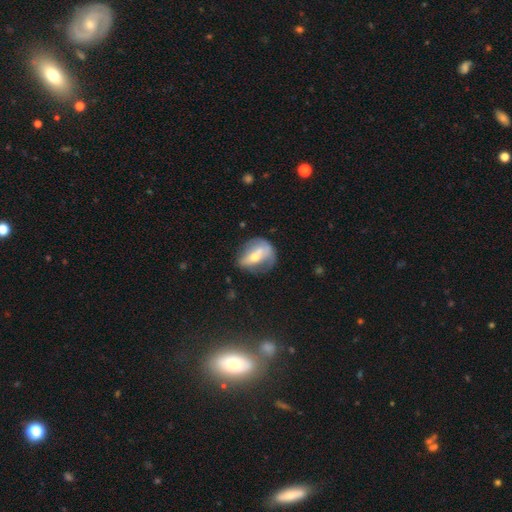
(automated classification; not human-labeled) Overall: featured or disk (51%; smooth 41%). Edge-on disk: no (83%). Merging: none (48%; minor disturbance 25%).